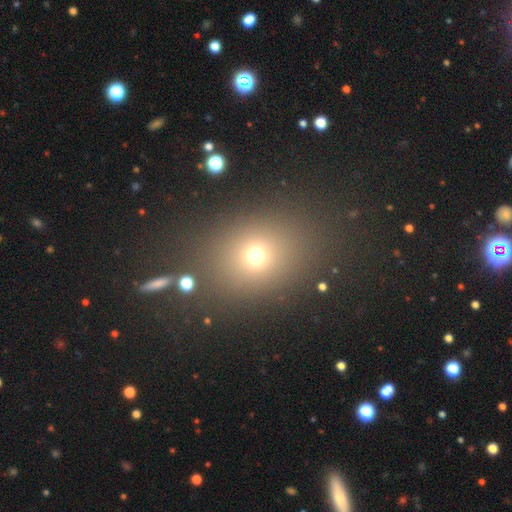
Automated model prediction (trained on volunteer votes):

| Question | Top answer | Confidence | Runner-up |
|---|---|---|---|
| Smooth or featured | smooth | 69% | star or artifact (21%) |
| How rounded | round | 56% | in between (43%) |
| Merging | none | 80% | minor disturbance (10%) |